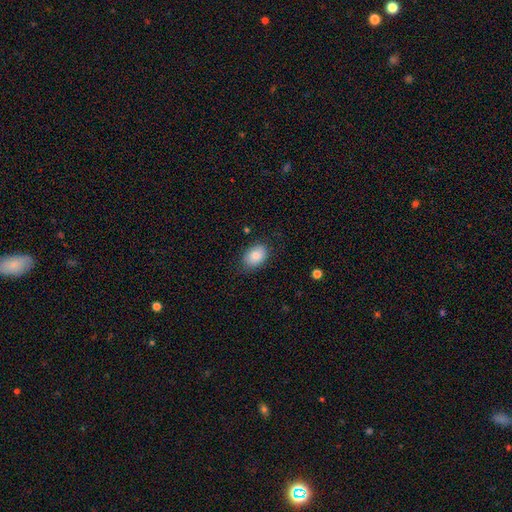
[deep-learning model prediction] smooth_or_featured: smooth (p=0.85) [alt: featured or disk p=0.08]
how_rounded: in between (p=0.81) [alt: round p=0.18]
merging: none (p=0.80) [alt: minor disturbance p=0.16]